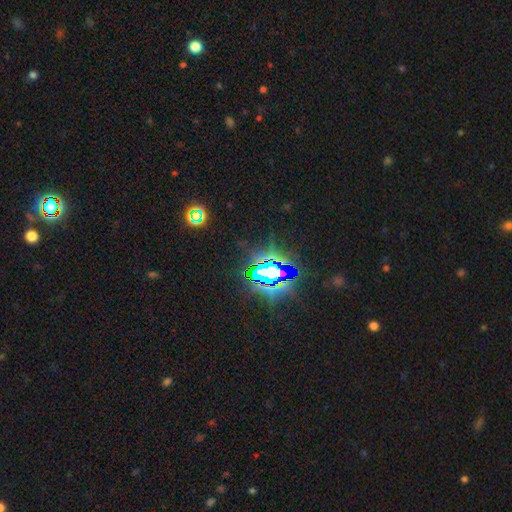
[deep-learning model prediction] A star or artifact, not a galaxy (79%).

Vote fractions:
- Smooth or featured? star or artifact: 79% / smooth: 10% / featured or disk: 10%